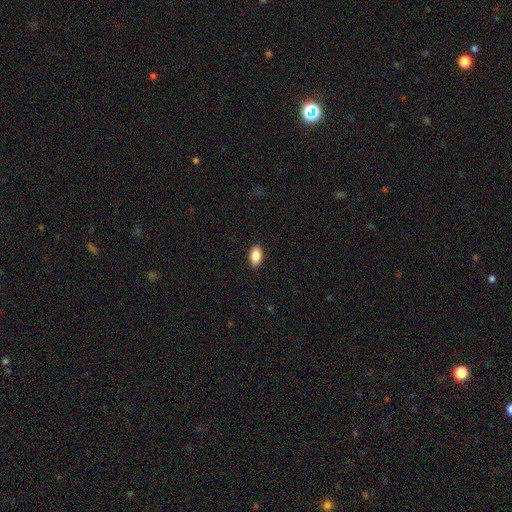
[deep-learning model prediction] smooth_or_featured: smooth (p=0.86) [alt: star or artifact p=0.07]
how_rounded: in between (p=0.92) [alt: round p=0.05]
merging: none (p=0.90) [alt: minor disturbance p=0.08]